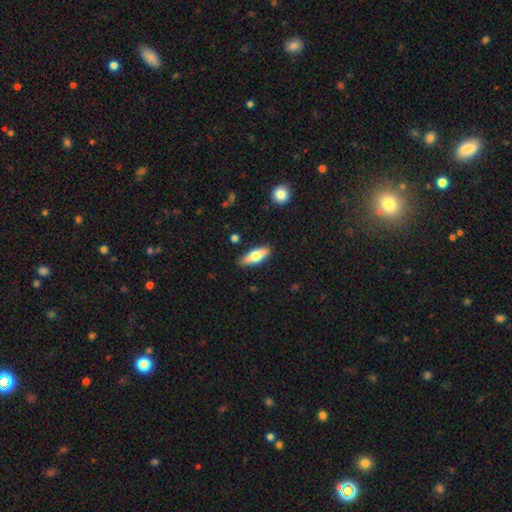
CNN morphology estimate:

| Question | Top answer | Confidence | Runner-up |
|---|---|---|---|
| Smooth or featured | smooth | 62% | featured or disk (32%) |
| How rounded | in between | 63% | cigar-shaped (34%) |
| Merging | none | 87% | minor disturbance (10%) |